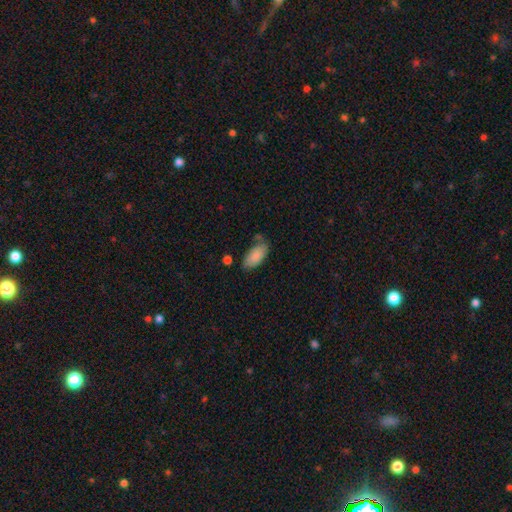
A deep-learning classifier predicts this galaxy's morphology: smooth 86%, featured or disk 7%, star or artifact 7%. Down the decision tree: how rounded — in between (92%); merging — none (60%).